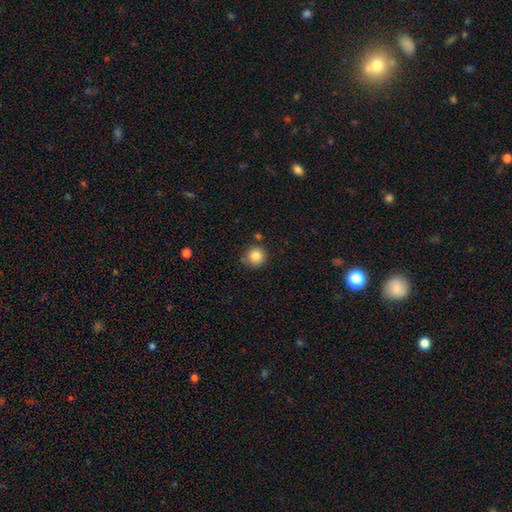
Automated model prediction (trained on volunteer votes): Q: Smooth or featured?
A: smooth (84%); runner-up: star or artifact (10%)
Q: How rounded?
A: round (94%); runner-up: in between (5%)
Q: Merging?
A: none (81%); runner-up: minor disturbance (11%)